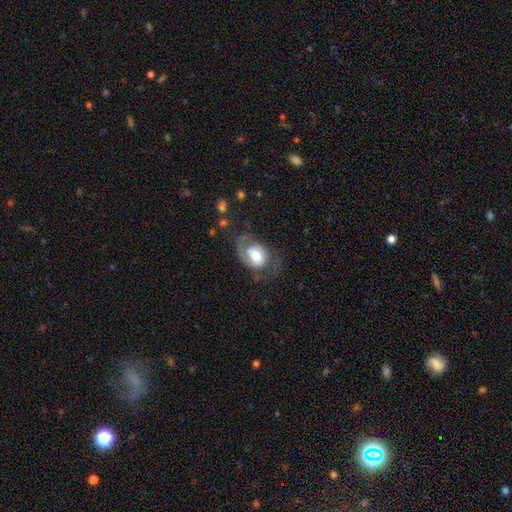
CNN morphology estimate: smooth_or_featured: featured or disk (p=0.53) [alt: smooth p=0.40]
disk_edge_on: no (p=0.96) [alt: yes p=0.04]
bar: no (p=0.69) [alt: weak p=0.25]
has_spiral_arms: yes (p=0.77) [alt: no p=0.23]
bulge_size: moderate (p=0.50) [alt: large p=0.33]
merging: none (p=0.39) [alt: major disturbance p=0.33]